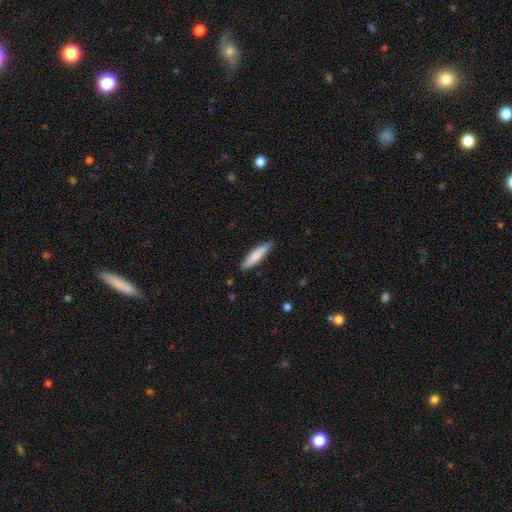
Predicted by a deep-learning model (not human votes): The model was most divided on "smooth or featured": smooth: 79%, featured or disk: 16%, star or artifact: 5%. More confident: merging — none (87%); how rounded — cigar-shaped (82%).